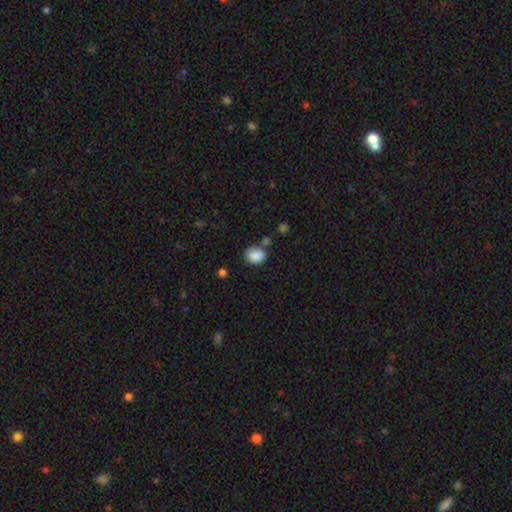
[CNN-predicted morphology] The model was most divided on "how rounded": in between: 50%, round: 49%, cigar-shaped: 1%. More confident: smooth or featured — smooth (87%); merging — none (65%).